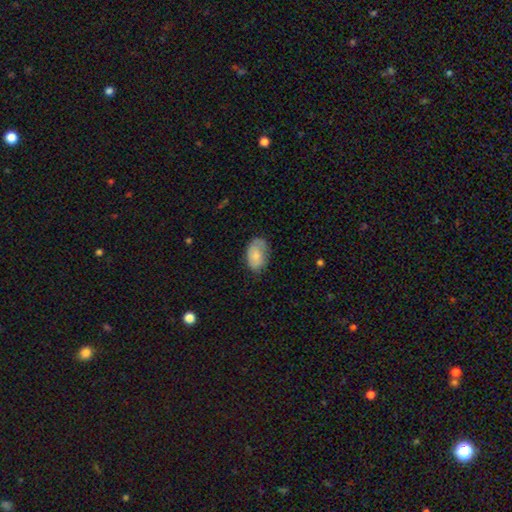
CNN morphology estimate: A smooth galaxy with no disk features (76%) that is in between round and cigar-shaped (90%).

Vote fractions:
- Smooth or featured? smooth: 76% / featured or disk: 17% / star or artifact: 7%
- How rounded? in between: 90% / round: 9% / cigar-shaped: 1%
- Merging? none: 64% / minor disturbance: 27% / major disturbance: 8% / merger: 1%